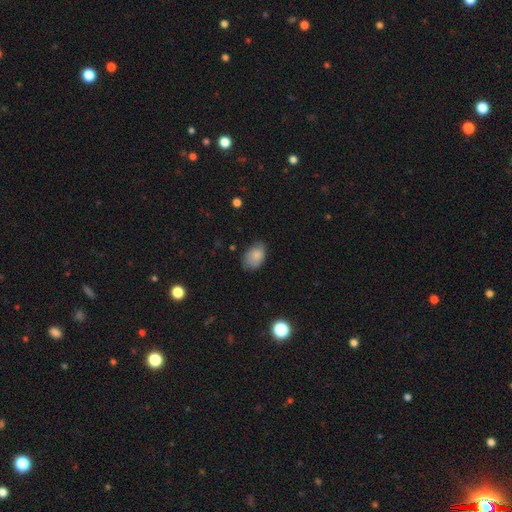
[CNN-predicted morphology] type=smooth (85%); roundness=in between (87%); merging=none (68%).